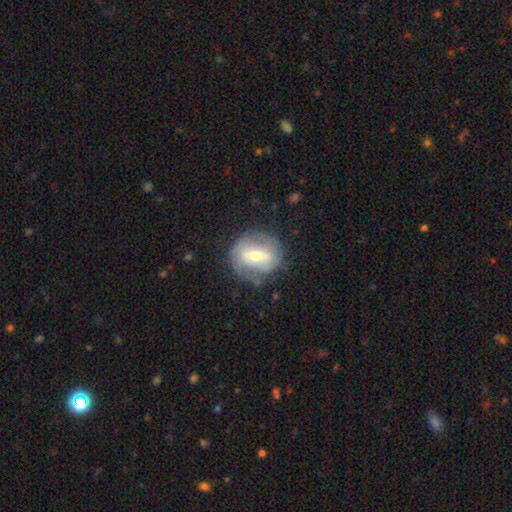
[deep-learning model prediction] This appears to be a featured or disk galaxy (62%) with a strong bar (48%), spiral arms (55%) and a moderate central bulge (58%). Merging: none (72%).